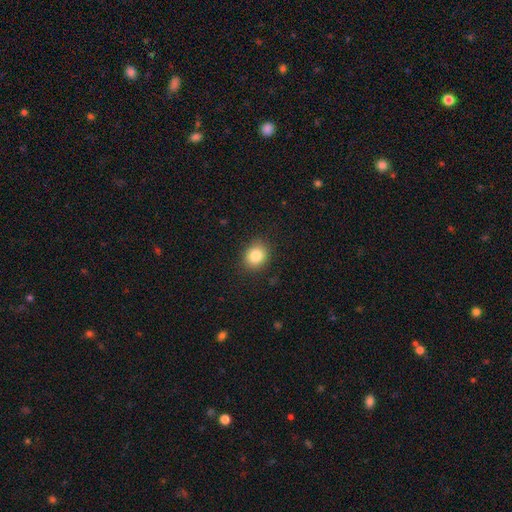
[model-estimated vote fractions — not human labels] Smooth or featured: smooth — 84% (star or artifact — 10%)
How rounded: round — 64% (in between — 35%)
Merging: none — 87% (minor disturbance — 9%)